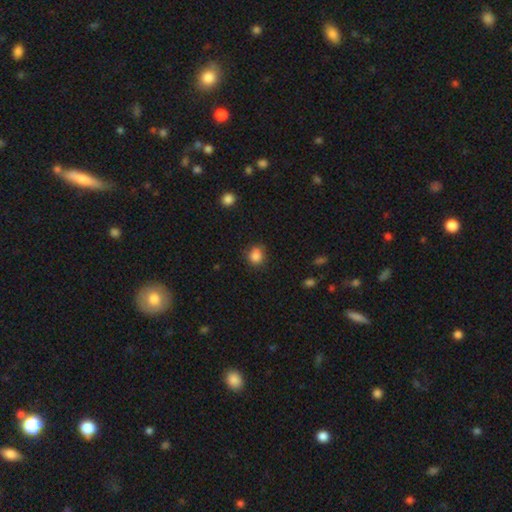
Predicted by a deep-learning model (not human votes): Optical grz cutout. It shows a smooth galaxy with no disk features (86%) that is round (71%). Merging: none (76%).